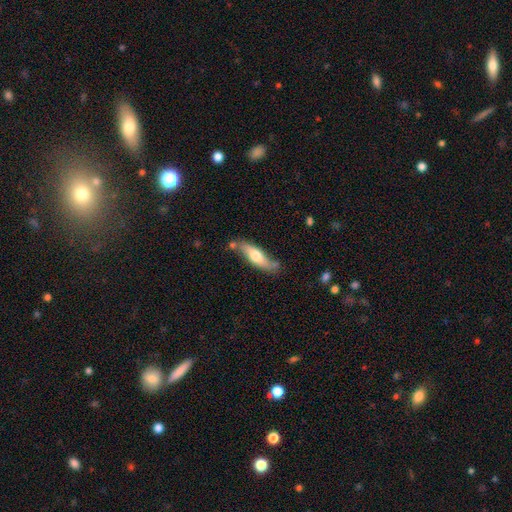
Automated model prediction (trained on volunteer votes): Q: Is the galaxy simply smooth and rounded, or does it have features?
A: smooth — 55%.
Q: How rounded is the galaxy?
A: cigar-shaped — 56%.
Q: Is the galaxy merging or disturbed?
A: none — 67%.